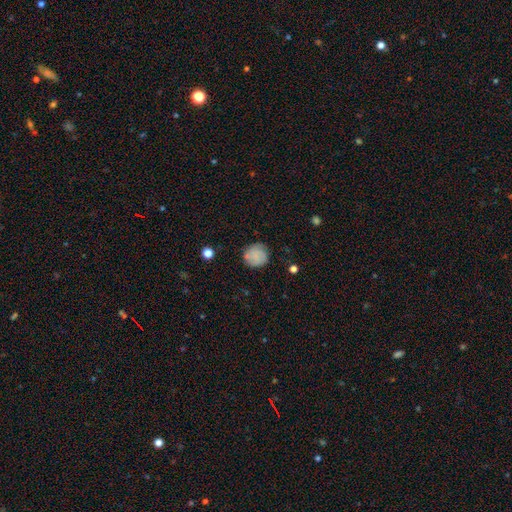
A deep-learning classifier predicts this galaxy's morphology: Smooth or featured: smooth — 79% (featured or disk — 12%)
How rounded: round — 88% (in between — 11%)
Merging: none — 77% (minor disturbance — 16%)